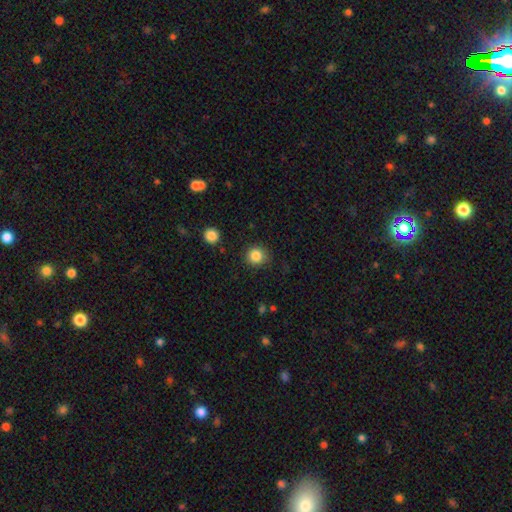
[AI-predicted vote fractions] Smooth or featured?
  - smooth: 85% *
  - star or artifact: 11%
  - featured or disk: 4%
How rounded?
  - round: 92% *
  - in between: 7%
  - cigar-shaped: 1%
Merging?
  - none: 86% *
  - minor disturbance: 9%
  - major disturbance: 3%
  - merger: 2%